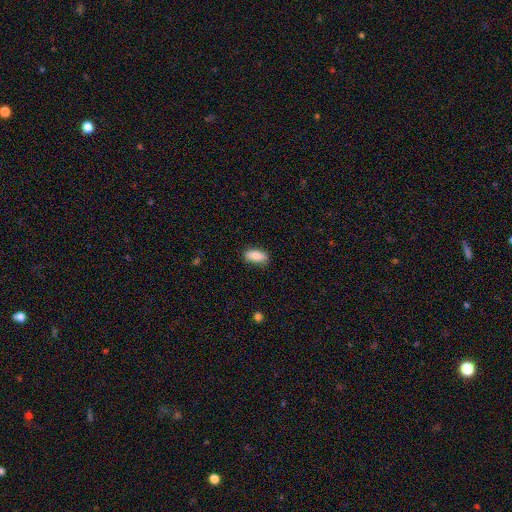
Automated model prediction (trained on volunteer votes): The model was most divided on "merging": none: 84%, minor disturbance: 13%, major disturbance: 2%, merger: 1%. More confident: how rounded — in between (87%); smooth or featured — smooth (86%).